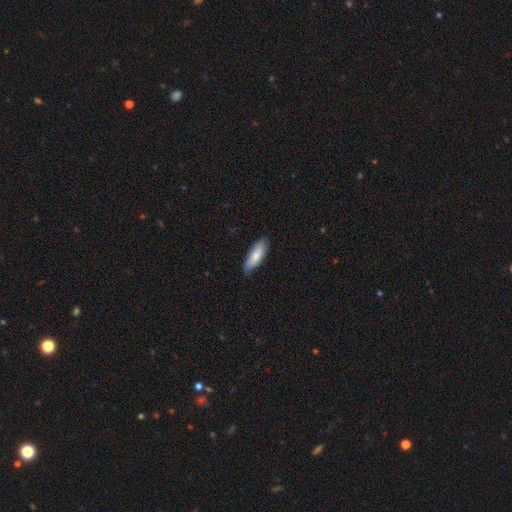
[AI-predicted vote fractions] Morphology: type=smooth (78%); roundness=in between (63%); merging=none (80%).